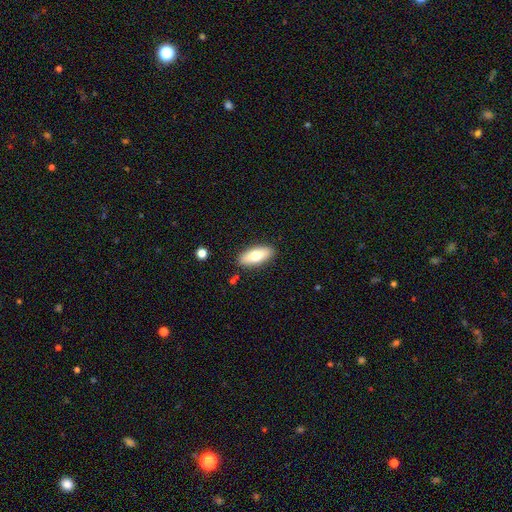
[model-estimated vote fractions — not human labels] This appears to be a smooth galaxy with no disk features (72%) that is in between round and cigar-shaped (82%). Merging: none (87%).